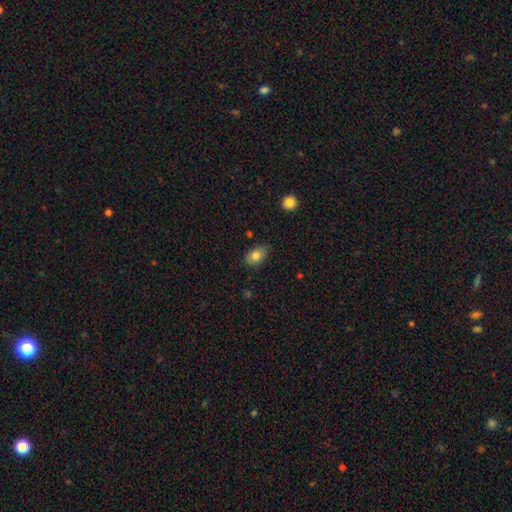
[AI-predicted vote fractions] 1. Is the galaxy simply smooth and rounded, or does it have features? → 81% smooth, 10% featured or disk, 9% star or artifact.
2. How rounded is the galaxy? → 83% in between, 15% round, 1% cigar-shaped.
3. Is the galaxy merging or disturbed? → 77% none, 19% minor disturbance, 3% major disturbance, 1% merger.